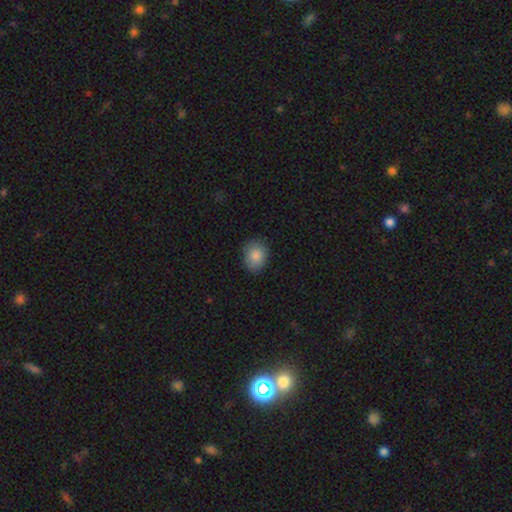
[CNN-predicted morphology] smooth_or_featured: smooth (p=0.86) [alt: star or artifact p=0.08]
how_rounded: in between (p=0.52) [alt: round p=0.47]
merging: none (p=0.83) [alt: minor disturbance p=0.13]